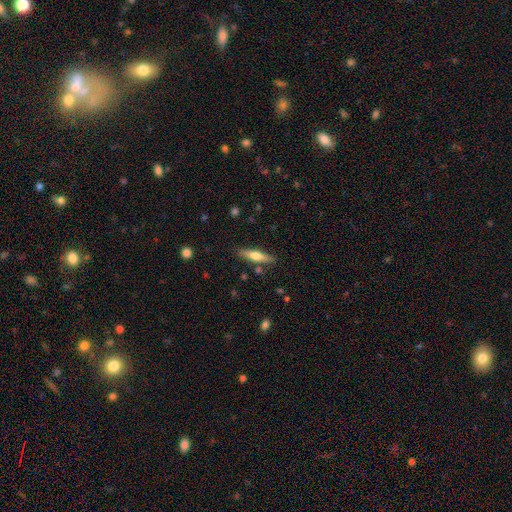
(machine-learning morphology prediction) Q: Smooth or featured?
A: smooth (53%); runner-up: featured or disk (41%)
Q: How rounded?
A: cigar-shaped (78%); runner-up: in between (20%)
Q: Merging?
A: none (85%); runner-up: minor disturbance (10%)